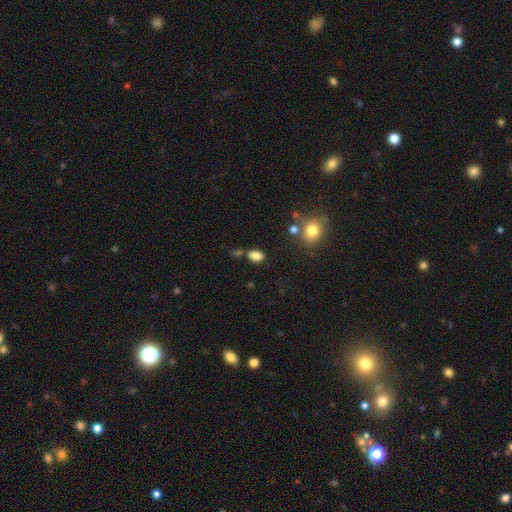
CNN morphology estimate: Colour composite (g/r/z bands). It shows a smooth galaxy with no disk features (83%) that is in between round and cigar-shaped (88%). Merging: none (68%).